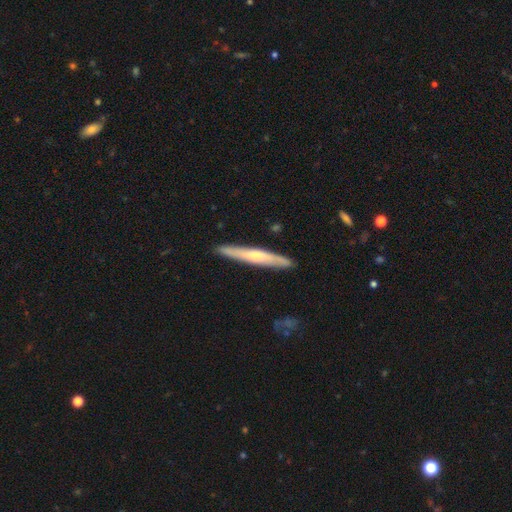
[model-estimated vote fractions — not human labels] Smooth or featured? Predicted: featured or disk (p=0.52). Edge-on disk? Predicted: yes (p=0.92). Merging? Predicted: none (p=0.89).